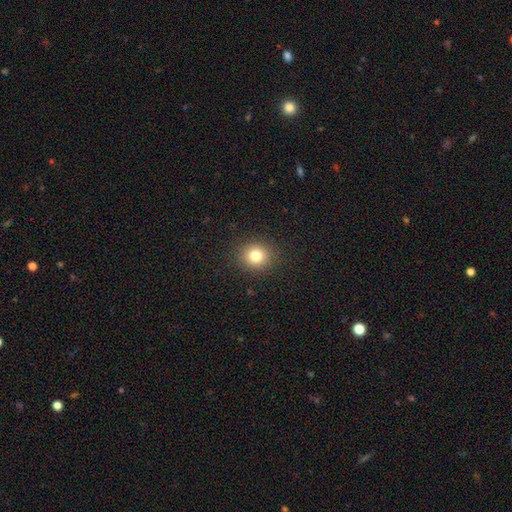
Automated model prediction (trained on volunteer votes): A smooth galaxy with no disk features (81%) that is round (83%). Merging: none (90%).